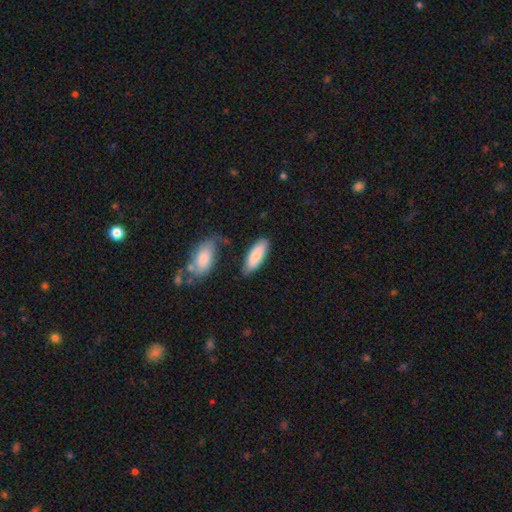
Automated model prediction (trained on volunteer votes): Smooth or featured? smooth (83%)
How rounded? in between (71%)
Merging? none (70%)